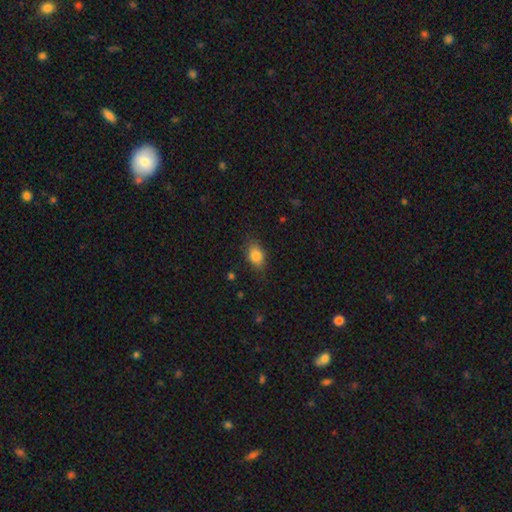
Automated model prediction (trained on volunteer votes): smooth 84%, star or artifact 9%, featured or disk 7%. Down the decision tree: how rounded — in between (78%); merging — none (78%).